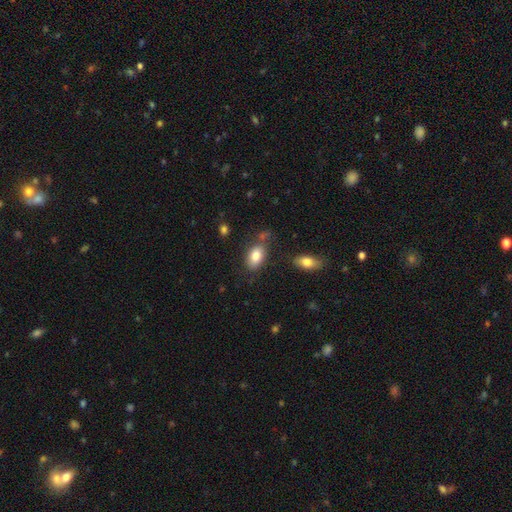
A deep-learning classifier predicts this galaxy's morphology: smooth_or_featured: smooth (p=0.84) [alt: featured or disk p=0.08]
how_rounded: in between (p=0.91) [alt: round p=0.07]
merging: none (p=0.70) [alt: minor disturbance p=0.16]